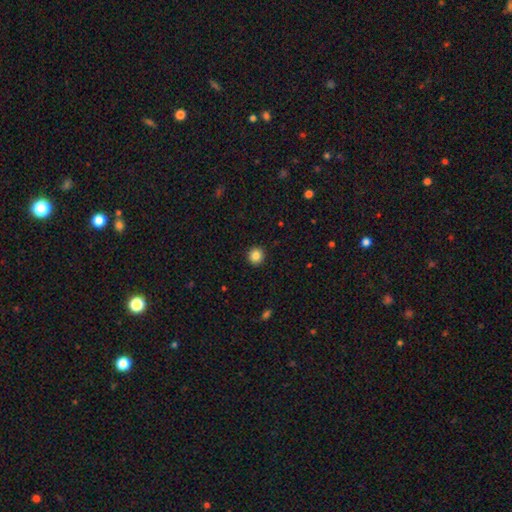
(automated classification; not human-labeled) Smooth or featured? smooth (85%)
How rounded? round (94%)
Merging? none (93%)